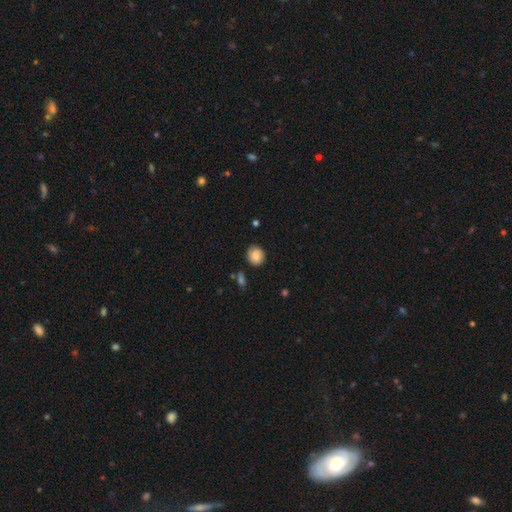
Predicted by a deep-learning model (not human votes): Smooth or featured? smooth (84%)
How rounded? round (82%)
Merging? none (84%)